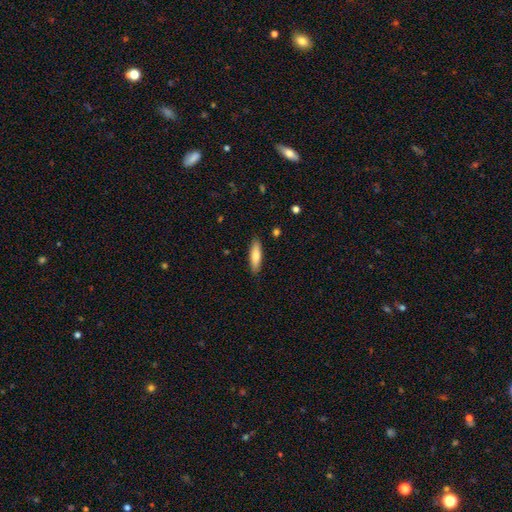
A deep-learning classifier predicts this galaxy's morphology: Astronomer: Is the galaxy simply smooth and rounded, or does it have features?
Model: smooth — 72%.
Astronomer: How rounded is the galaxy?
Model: cigar-shaped — 61% (runner-up: in between, 38%).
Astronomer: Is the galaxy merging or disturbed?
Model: none — 88%.